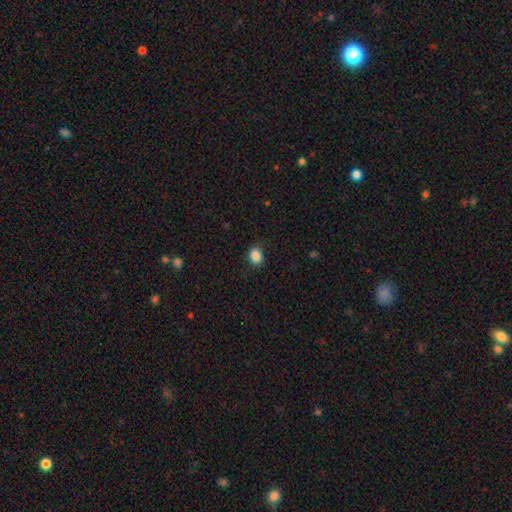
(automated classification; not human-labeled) Q: Smooth or featured?
A: smooth (87%); runner-up: star or artifact (10%)
Q: How rounded?
A: in between (57%); runner-up: round (42%)
Q: Merging?
A: none (86%); runner-up: minor disturbance (10%)